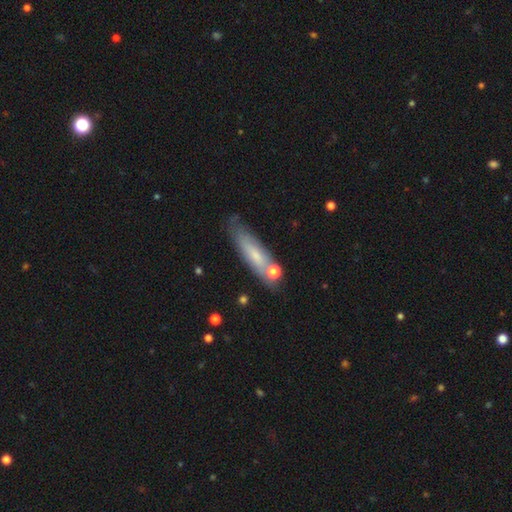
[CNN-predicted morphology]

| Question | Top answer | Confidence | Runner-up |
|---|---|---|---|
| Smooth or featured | smooth | 62% | featured or disk (31%) |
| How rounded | cigar-shaped | 69% | in between (29%) |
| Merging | none | 66% | minor disturbance (19%) |